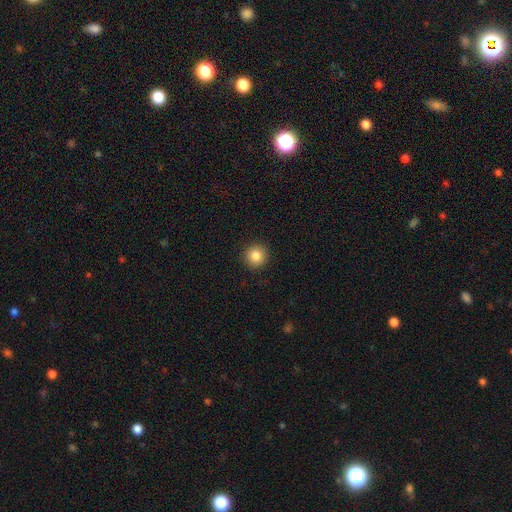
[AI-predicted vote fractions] A smooth galaxy with no disk features (84%) that is round (94%). Merging: none (92%).